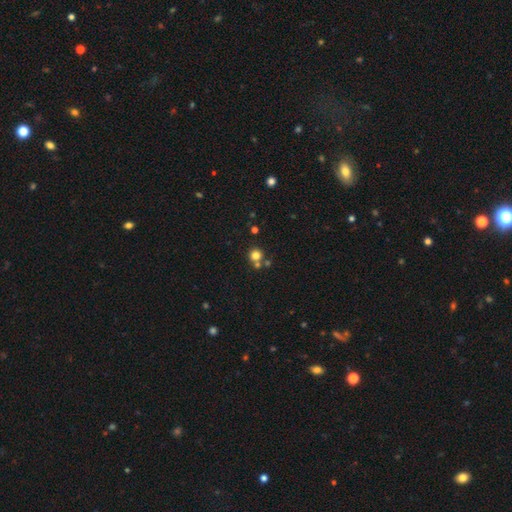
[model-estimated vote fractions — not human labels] Smooth or featured: smooth — 78% (star or artifact — 15%)
How rounded: round — 92% (in between — 8%)
Merging: none — 66% (merger — 23%)